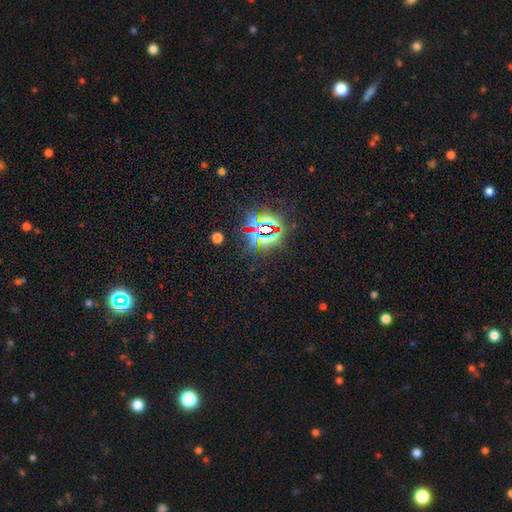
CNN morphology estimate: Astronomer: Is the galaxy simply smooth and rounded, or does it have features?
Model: star or artifact — 84%.